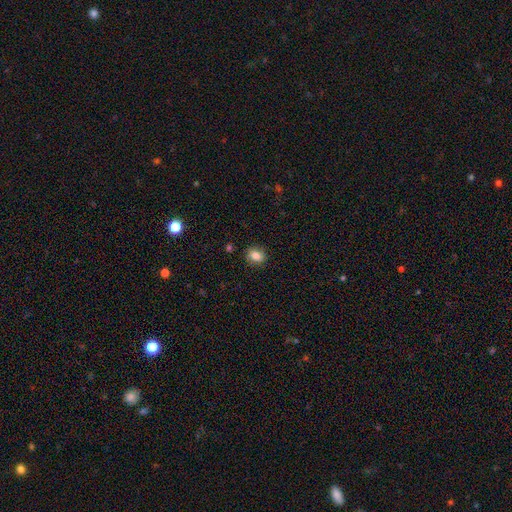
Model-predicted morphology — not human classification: Smooth or featured? Predicted: smooth (p=0.80). How rounded? Predicted: round (p=0.54). Merging? Predicted: none (p=0.85).